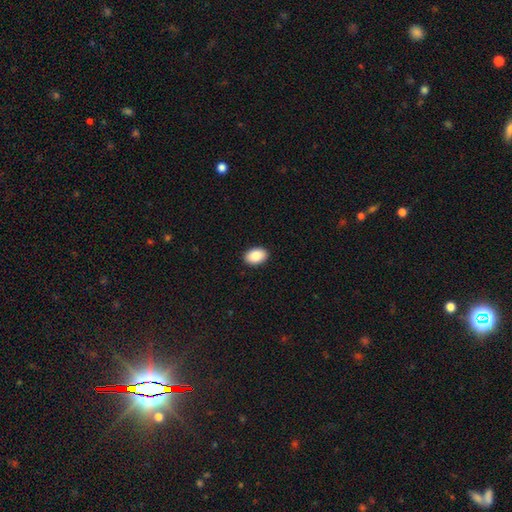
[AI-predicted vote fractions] smooth_or_featured: smooth (p=0.88) [alt: star or artifact p=0.07]
how_rounded: in between (p=0.87) [alt: round p=0.12]
merging: none (p=0.91) [alt: minor disturbance p=0.06]